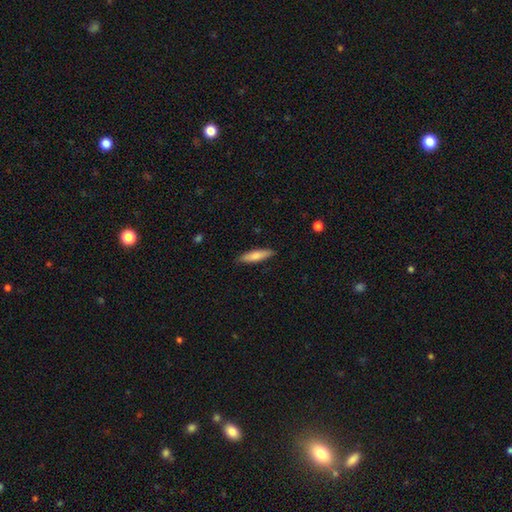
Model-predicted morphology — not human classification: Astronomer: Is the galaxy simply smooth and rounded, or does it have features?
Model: smooth — 76%.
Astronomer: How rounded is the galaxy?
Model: cigar-shaped — 74%.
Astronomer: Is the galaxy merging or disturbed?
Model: none — 88%.